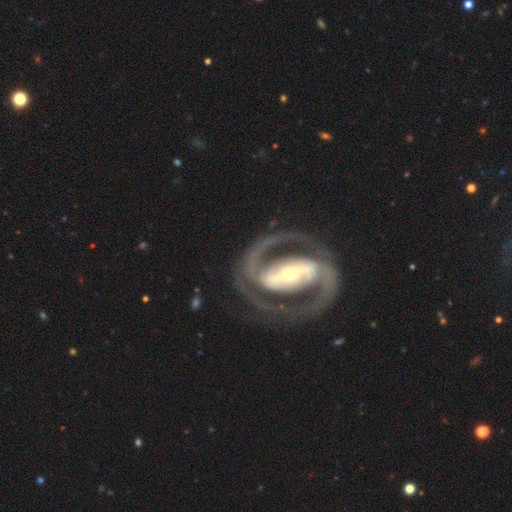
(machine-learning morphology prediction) Smooth or featured? featured or disk (91%)
Edge-on disk? no (96%)
Bar? strong (66%)
Spiral arms? yes (93%)
Spiral winding? medium (49%)
Spiral arm count? 2 (92%)
Bulge size? small (46%)
Merging? none (78%)